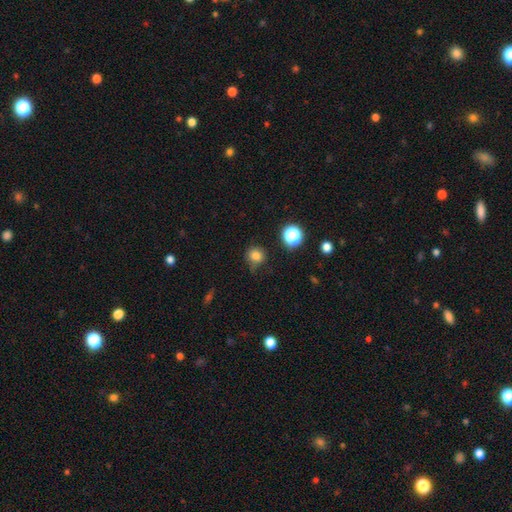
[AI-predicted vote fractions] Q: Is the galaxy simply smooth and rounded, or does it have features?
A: smooth — 79%.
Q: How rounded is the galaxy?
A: round — 90%.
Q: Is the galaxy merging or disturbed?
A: none — 68%.